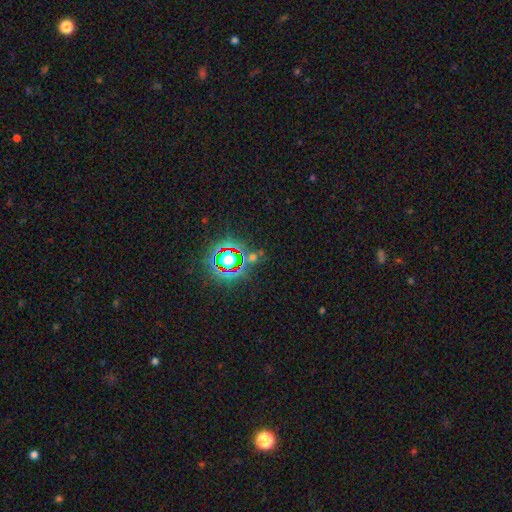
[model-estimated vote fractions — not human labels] Smooth or featured? Predicted: star or artifact (p=0.78).